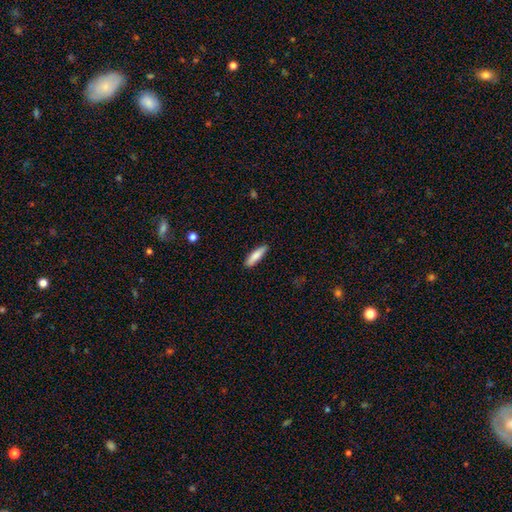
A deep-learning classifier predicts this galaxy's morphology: smooth_or_featured: smooth (p=0.83) [alt: featured or disk p=0.12]
how_rounded: cigar-shaped (p=0.69) [alt: in between p=0.30]
merging: none (p=0.85) [alt: minor disturbance p=0.11]